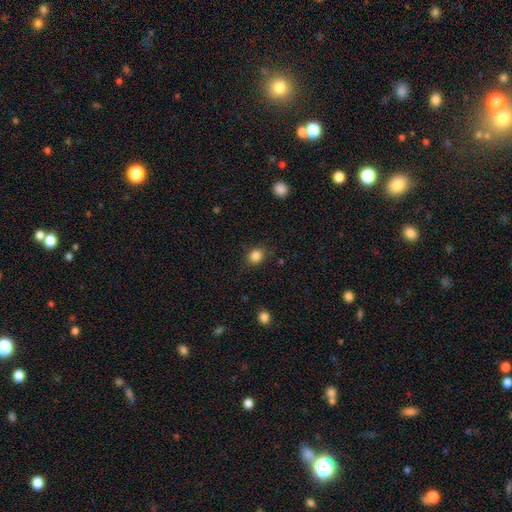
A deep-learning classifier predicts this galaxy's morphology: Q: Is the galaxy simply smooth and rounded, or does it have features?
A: smooth — 85%.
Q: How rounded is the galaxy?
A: round — 68%.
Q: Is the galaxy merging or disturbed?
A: none — 84%.